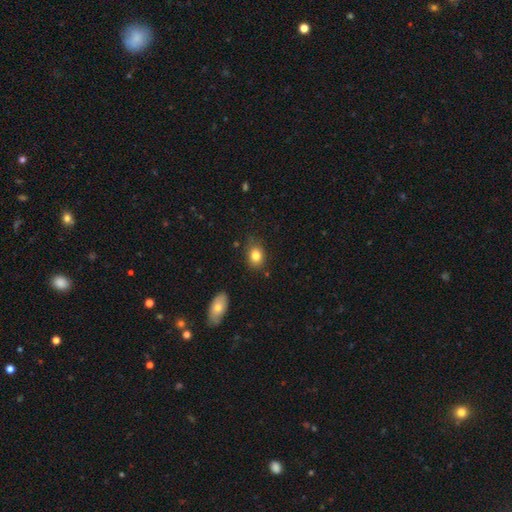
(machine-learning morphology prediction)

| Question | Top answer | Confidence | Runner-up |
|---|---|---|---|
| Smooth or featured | smooth | 82% | star or artifact (10%) |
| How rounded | in between | 63% | round (36%) |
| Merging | none | 75% | minor disturbance (19%) |